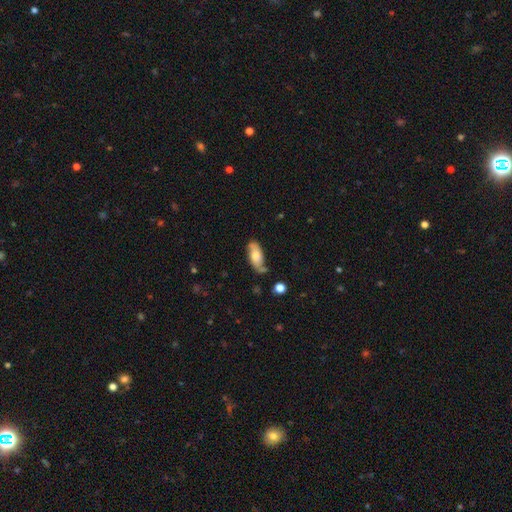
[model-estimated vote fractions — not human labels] The model was most divided on "smooth or featured": smooth: 55%, featured or disk: 38%, star or artifact: 7%. More confident: how rounded — in between (79%); merging — none (65%).